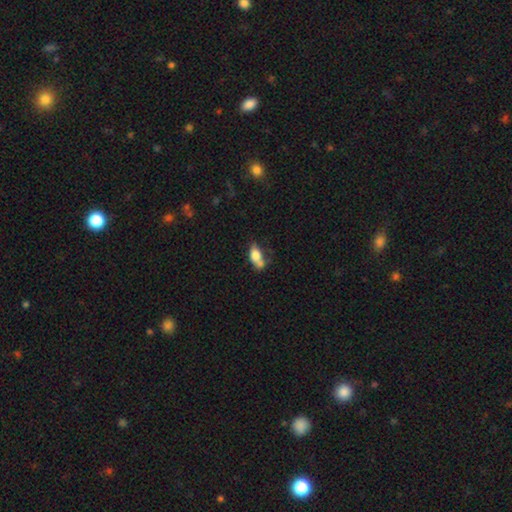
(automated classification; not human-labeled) Smooth or featured?
  - smooth: 71% *
  - featured or disk: 20%
  - star or artifact: 9%
How rounded?
  - in between: 83% *
  - cigar-shaped: 9%
  - round: 8%
Merging?
  - none: 37% *
  - merger: 30%
  - minor disturbance: 22%
  - major disturbance: 11%